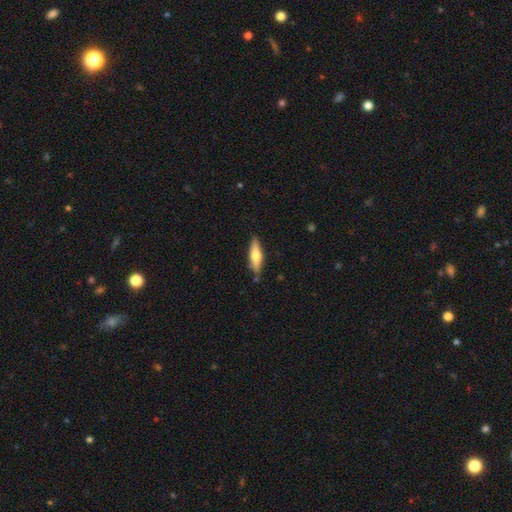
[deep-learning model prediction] smooth 56%, featured or disk 39%, star or artifact 5%. Down the decision tree: how rounded — cigar-shaped (63%); merging — none (85%).